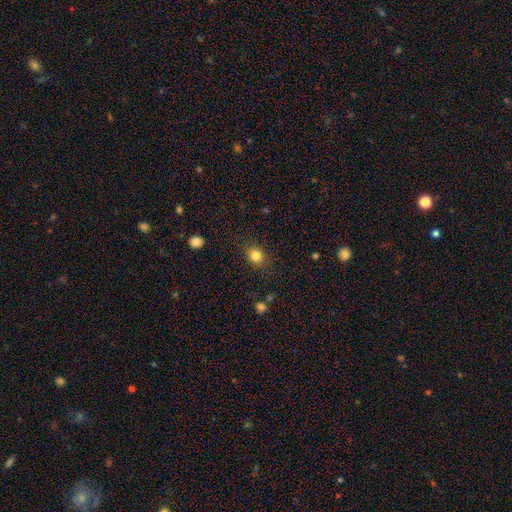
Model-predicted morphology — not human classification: This appears to be a smooth galaxy with no disk features (83%) that is round (72%). Merging: none (85%).